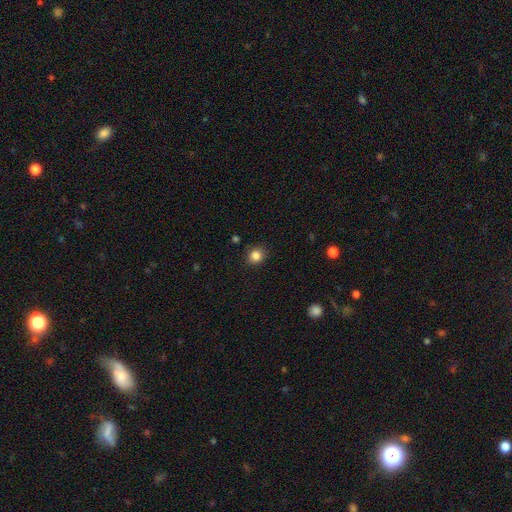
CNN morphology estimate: Overall: smooth (84%). How rounded: round (83%). Merging: none (88%).